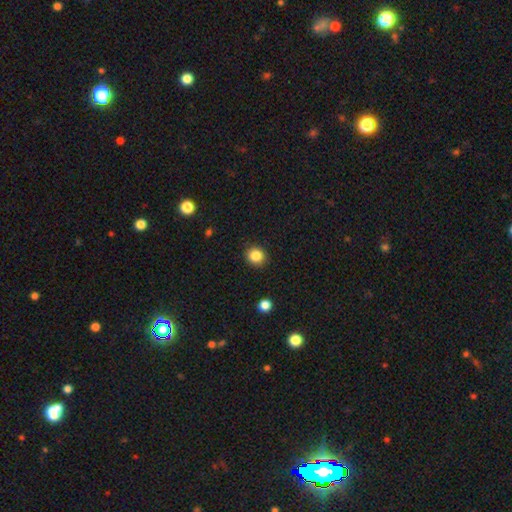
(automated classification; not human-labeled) A smooth galaxy with no disk features (85%) that is round (84%).

Vote fractions:
- Smooth or featured? smooth: 85% / star or artifact: 11% / featured or disk: 4%
- How rounded? round: 84% / in between: 15% / cigar-shaped: 1%
- Merging? none: 91% / minor disturbance: 6% / major disturbance: 2% / merger: 1%